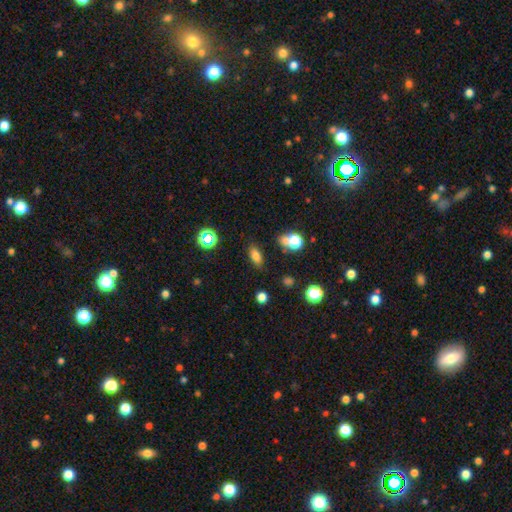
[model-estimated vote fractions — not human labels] A smooth galaxy with no disk features (75%) that is in between round and cigar-shaped (81%). Merging: none (79%).